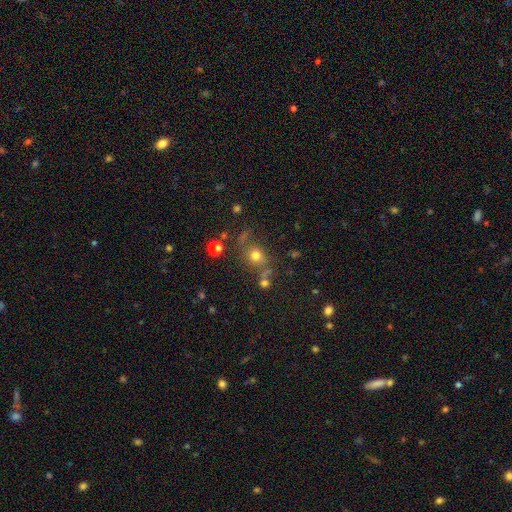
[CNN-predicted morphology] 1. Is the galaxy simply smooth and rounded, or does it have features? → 70% smooth, 18% star or artifact, 11% featured or disk.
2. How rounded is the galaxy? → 77% round, 22% in between, 1% cigar-shaped.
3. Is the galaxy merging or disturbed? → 64% none, 15% minor disturbance, 11% merger, 9% major disturbance.